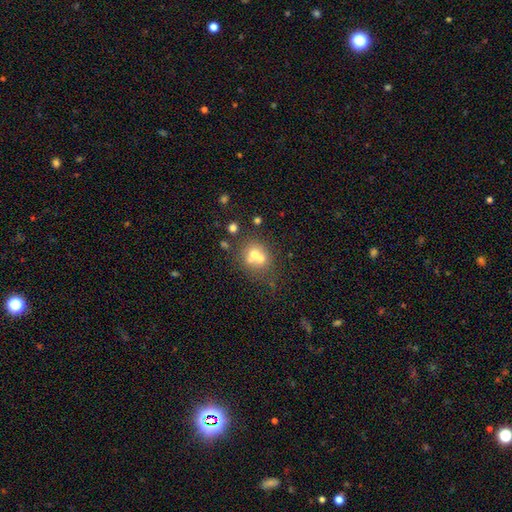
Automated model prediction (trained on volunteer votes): smooth_or_featured: smooth (p=0.60) [alt: featured or disk p=0.26]
how_rounded: round (p=0.77) [alt: in between p=0.22]
merging: merger (p=0.51) [alt: none p=0.36]